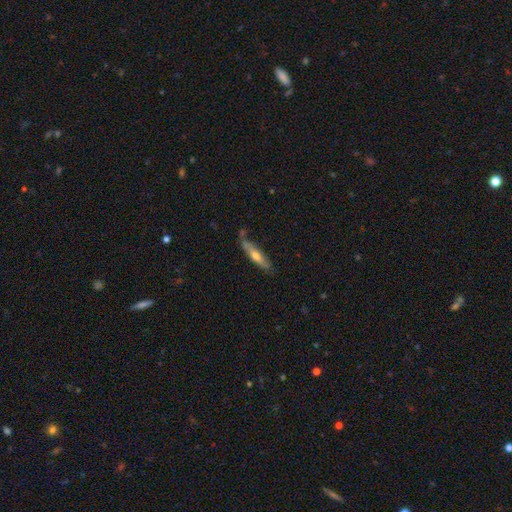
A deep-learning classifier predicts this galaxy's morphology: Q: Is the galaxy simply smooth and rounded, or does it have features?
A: smooth — 49%.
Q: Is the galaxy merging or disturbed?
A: none — 68%.